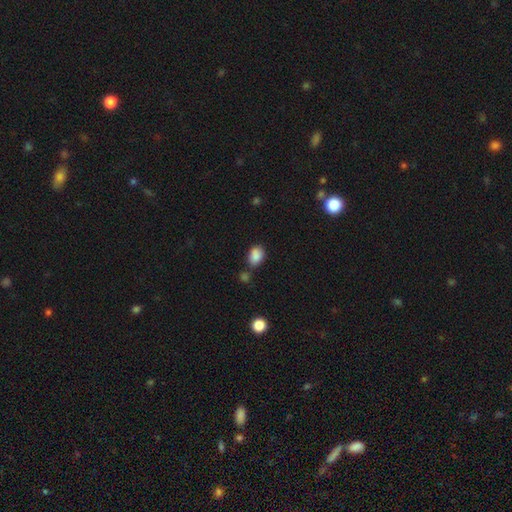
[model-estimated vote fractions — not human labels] smooth-or-featured: smooth: 86% | star or artifact: 9% | featured or disk: 4%
  how-rounded: in between: 74% | round: 25% | cigar-shaped: 1%
  merging: none: 63% | minor disturbance: 20% | merger: 13% | major disturbance: 5%